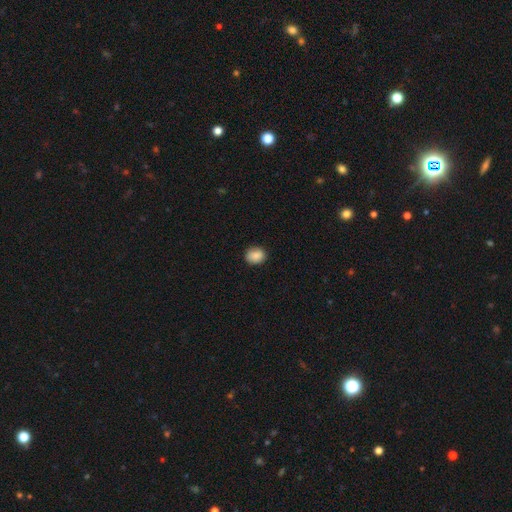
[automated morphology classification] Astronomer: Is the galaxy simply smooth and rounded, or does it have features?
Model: smooth — 88%.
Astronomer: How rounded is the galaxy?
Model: round — 56% (runner-up: in between, 43%).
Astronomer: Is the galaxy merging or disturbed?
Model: none — 86%.